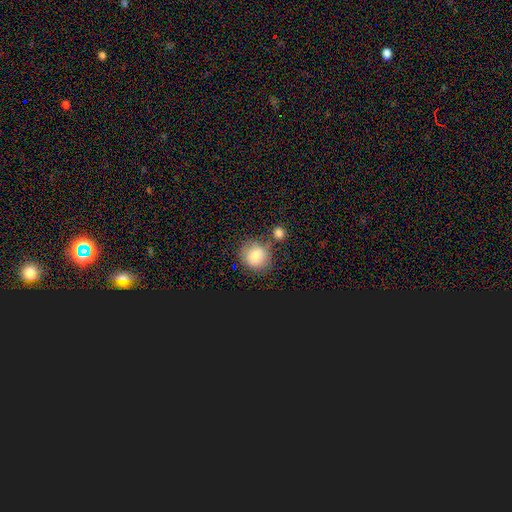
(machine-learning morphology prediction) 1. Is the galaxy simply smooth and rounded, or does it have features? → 80% smooth, 12% star or artifact, 8% featured or disk.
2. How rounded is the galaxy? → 82% round, 17% in between, 1% cigar-shaped.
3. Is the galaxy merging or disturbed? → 68% none, 15% merger, 13% minor disturbance, 4% major disturbance.